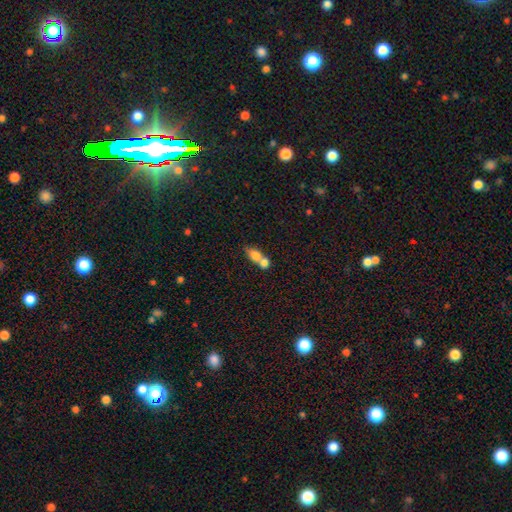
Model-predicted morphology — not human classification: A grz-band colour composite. It shows a smooth galaxy with no disk features (74%) that is in between round and cigar-shaped (64%). Merging: merger (69%).